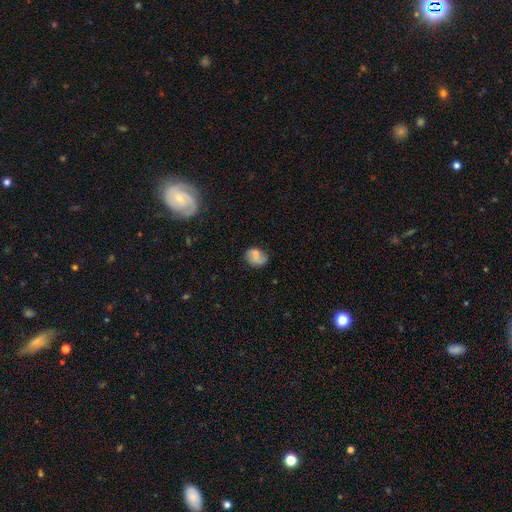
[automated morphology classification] Q: Smooth or featured?
A: smooth (54%); runner-up: featured or disk (35%)
Q: How rounded?
A: round (50%); runner-up: in between (49%)
Q: Merging?
A: none (58%); runner-up: minor disturbance (25%)